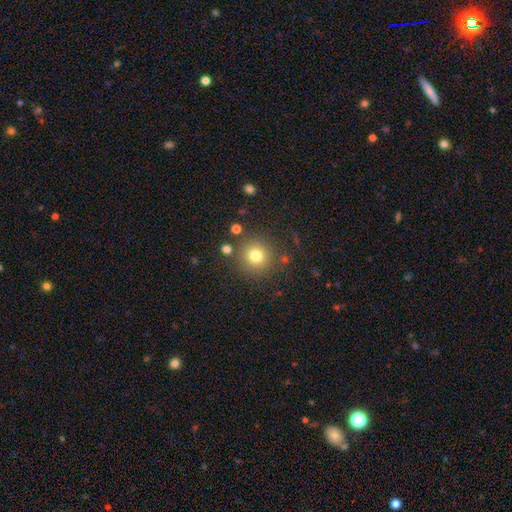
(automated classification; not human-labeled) Smooth or featured? smooth (77%)
How rounded? round (94%)
Merging? none (84%)